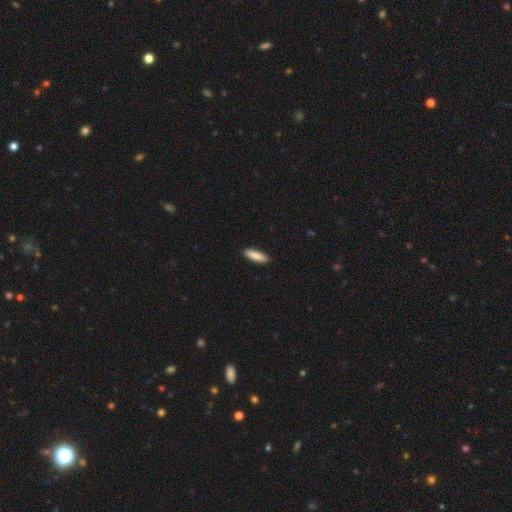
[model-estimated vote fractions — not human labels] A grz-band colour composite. It shows a smooth galaxy with no disk features (86%) that is cigar-shaped (63%). Merging: none (91%).